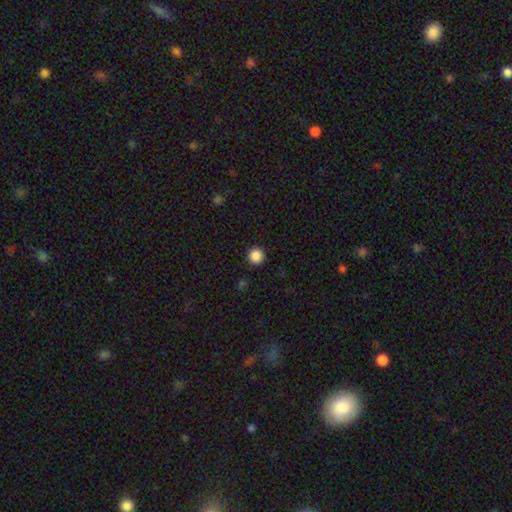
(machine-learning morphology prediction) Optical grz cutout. It shows a smooth galaxy with no disk features (87%) that is round (96%). Merging: none (93%).